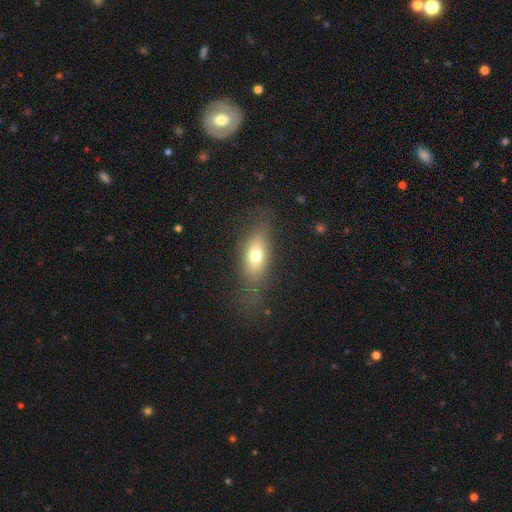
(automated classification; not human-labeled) Q: Smooth or featured?
A: smooth (70%); runner-up: featured or disk (20%)
Q: How rounded?
A: in between (73%); runner-up: cigar-shaped (18%)
Q: Merging?
A: none (66%); runner-up: minor disturbance (20%)